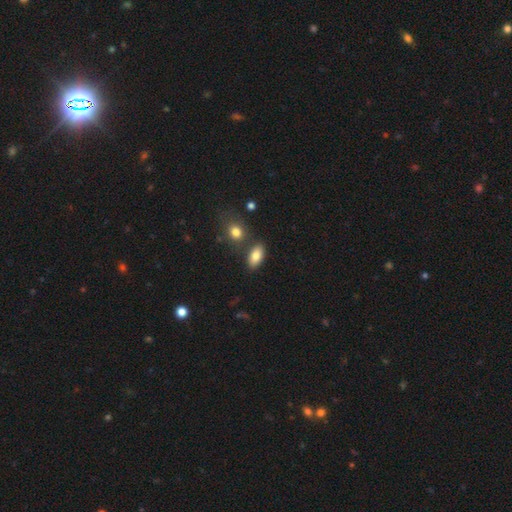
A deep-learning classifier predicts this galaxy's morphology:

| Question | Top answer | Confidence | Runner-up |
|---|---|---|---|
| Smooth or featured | smooth | 83% | featured or disk (8%) |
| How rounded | in between | 90% | round (5%) |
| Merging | none | 76% | minor disturbance (11%) |